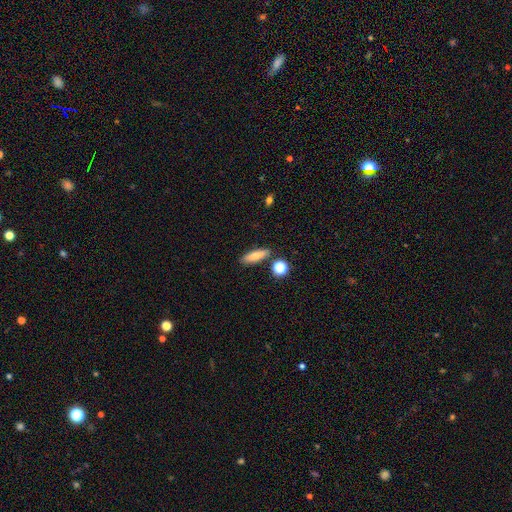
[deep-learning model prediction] The model was most divided on "how rounded": cigar-shaped: 60%, in between: 35%, round: 5%. More confident: merging — none (83%); smooth or featured — smooth (76%).